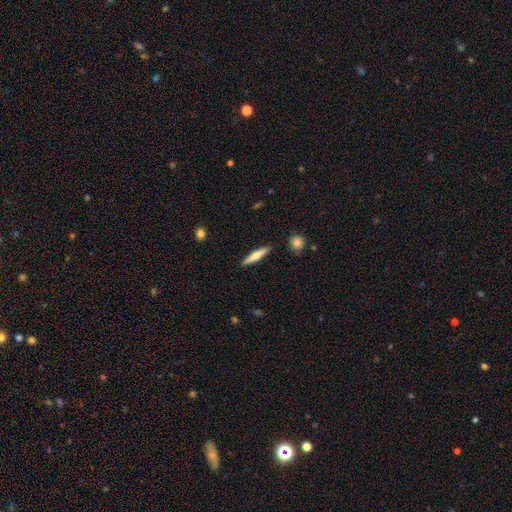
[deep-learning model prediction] Morphology: type=smooth (61%); roundness=cigar-shaped (87%); merging=none (89%).